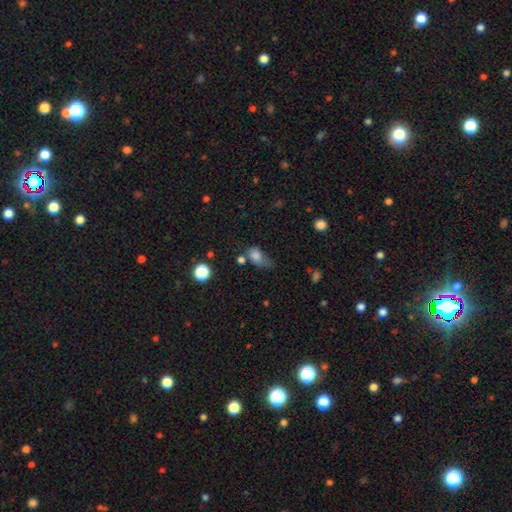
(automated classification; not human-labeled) A smooth galaxy with no disk features (79%) that is in between round and cigar-shaped (75%). Merging: minor disturbance (35%).